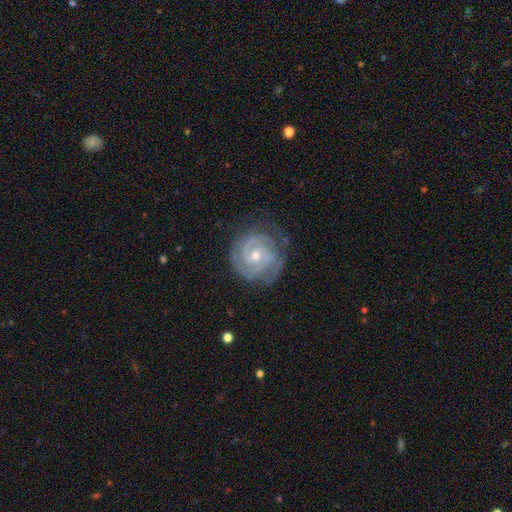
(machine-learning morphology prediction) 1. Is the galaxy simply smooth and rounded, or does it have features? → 89% featured or disk, 6% smooth, 5% star or artifact.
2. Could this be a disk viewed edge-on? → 98% no, 2% yes.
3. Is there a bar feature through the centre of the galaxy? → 54% no, 37% weak, 9% strong.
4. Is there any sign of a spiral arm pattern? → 97% yes, 3% no.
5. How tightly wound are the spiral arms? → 76% tight, 21% medium, 3% loose.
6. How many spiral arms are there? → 50% 2, 22% 3, 16% can't tell, 5% 4, 4% 1, 4% more than 4.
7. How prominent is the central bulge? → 52% moderate, 45% small, 1% large, 1% none, 1% dominant.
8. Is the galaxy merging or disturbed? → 76% none, 17% minor disturbance, 6% major disturbance, 1% merger.